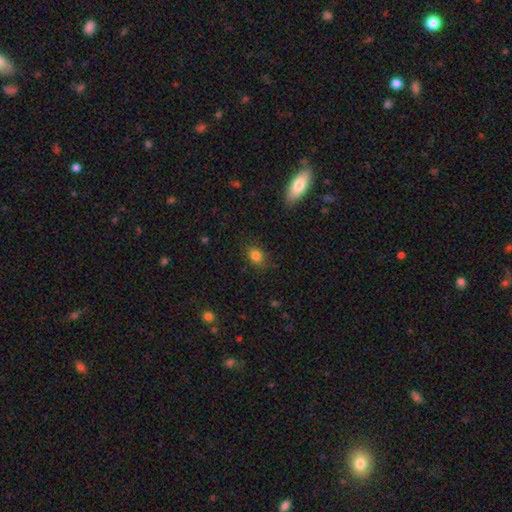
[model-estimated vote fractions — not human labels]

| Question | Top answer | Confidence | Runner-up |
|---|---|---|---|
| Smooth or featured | smooth | 82% | star or artifact (12%) |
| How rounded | in between | 57% | round (42%) |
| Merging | none | 83% | minor disturbance (12%) |